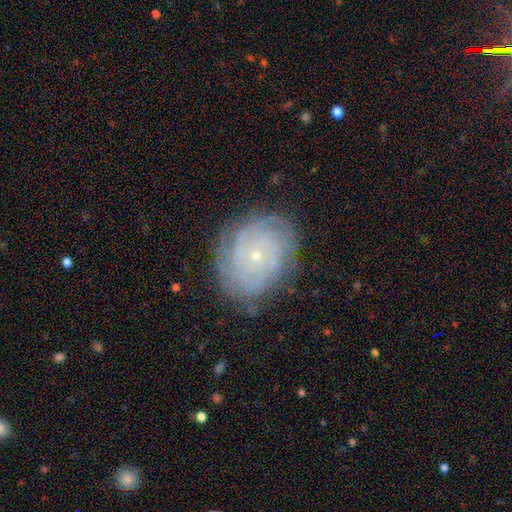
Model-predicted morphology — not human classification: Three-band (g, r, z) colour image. It shows a featured or disk galaxy (77%) with no bar (84%), tight (81%) spiral arms (92%) and a small central bulge (82%). Merging: none (79%).